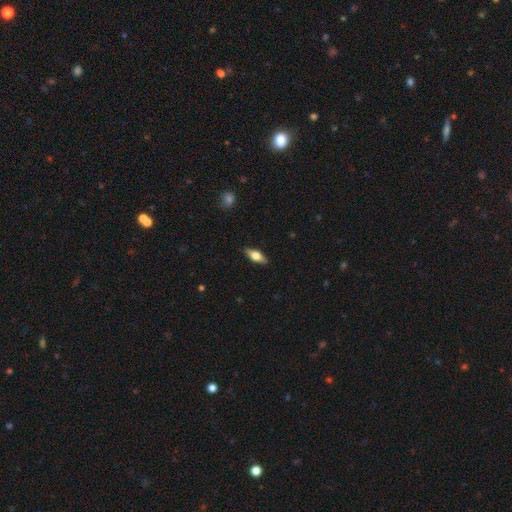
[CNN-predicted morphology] This is possibly a smooth galaxy (60%). How rounded: likely in between (70%). Merging: clearly none (88%).